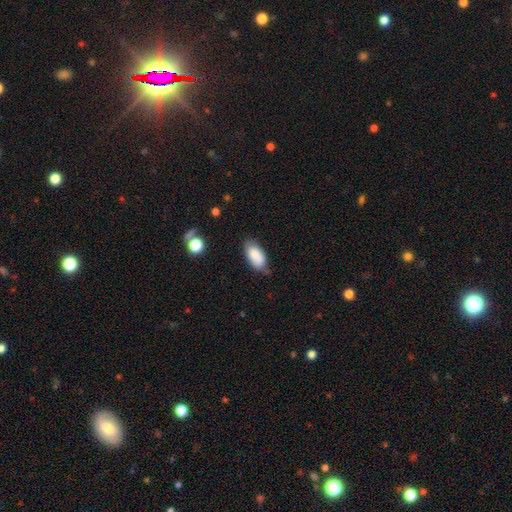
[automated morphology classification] Smooth or featured: smooth — 85% (featured or disk — 8%)
How rounded: in between — 92% (cigar-shaped — 5%)
Merging: none — 68% (minor disturbance — 24%)